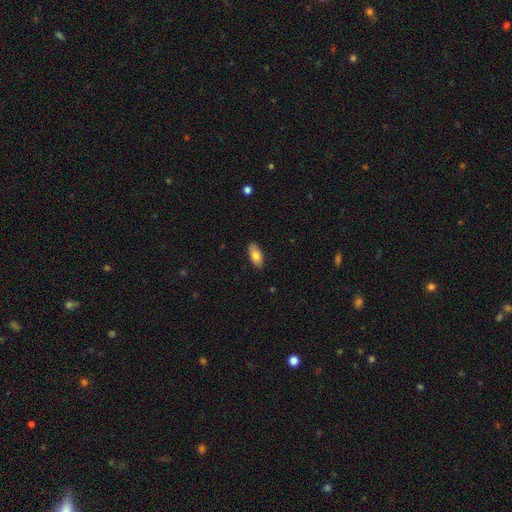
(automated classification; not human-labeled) This is likely a smooth galaxy (79%). How rounded: clearly in between (91%). Merging: clearly none (86%).